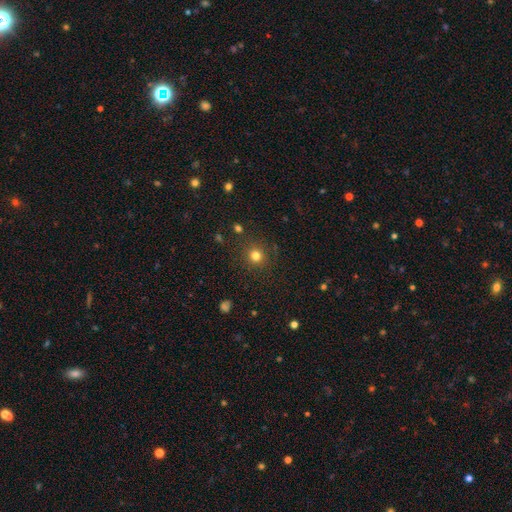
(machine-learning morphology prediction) A smooth galaxy with no disk features (78%) that is round (92%).

Vote fractions:
- Smooth or featured? smooth: 78% / star or artifact: 16% / featured or disk: 6%
- How rounded? round: 92% / in between: 7% / cigar-shaped: 1%
- Merging? none: 88% / minor disturbance: 7% / major disturbance: 3% / merger: 2%